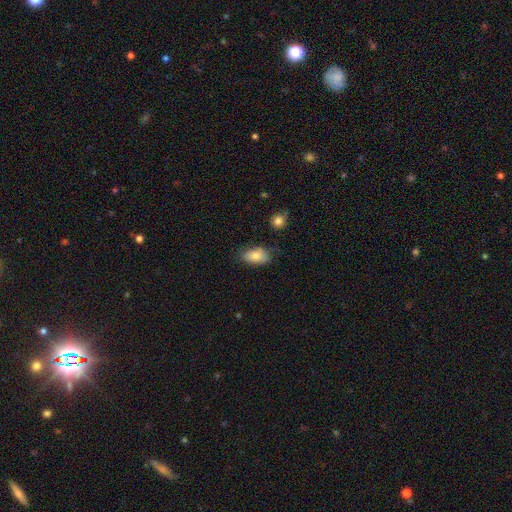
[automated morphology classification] type=smooth (83%); roundness=in between (92%); merging=none (73%).